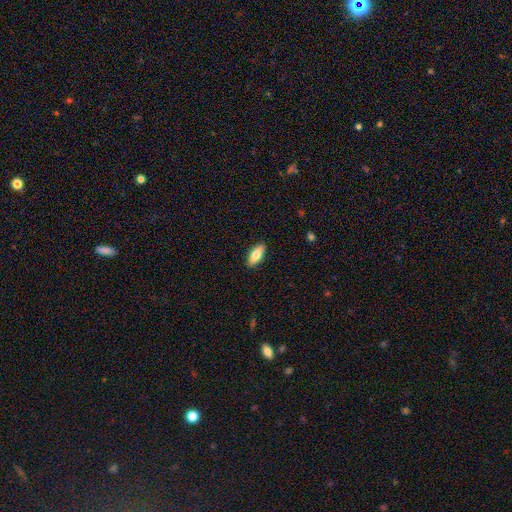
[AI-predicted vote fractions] This appears to be a smooth galaxy with no disk features (73%) that is in between round and cigar-shaped (76%). Merging: none (89%).